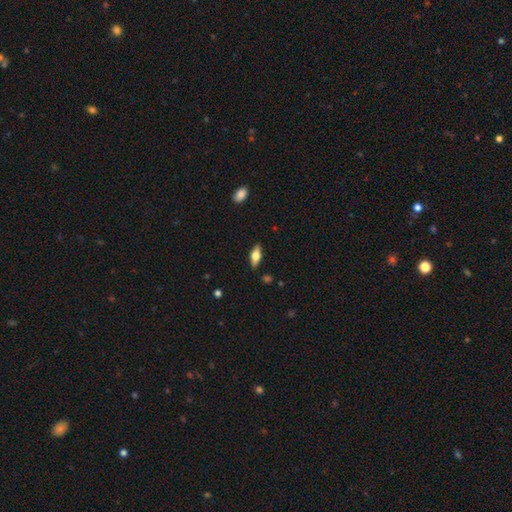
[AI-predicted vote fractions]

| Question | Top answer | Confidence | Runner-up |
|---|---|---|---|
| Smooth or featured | smooth | 55% | featured or disk (38%) |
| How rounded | in between | 73% | cigar-shaped (24%) |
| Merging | none | 87% | minor disturbance (10%) |